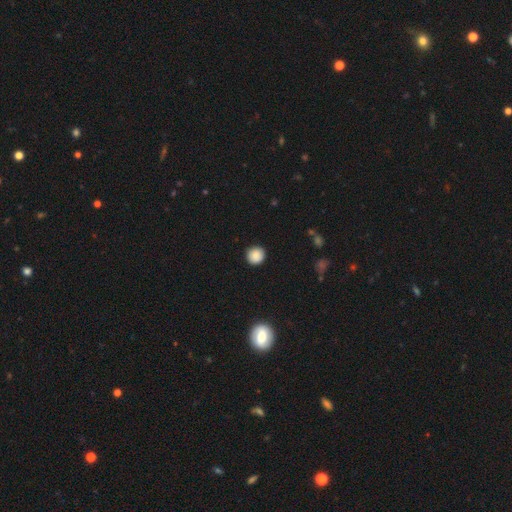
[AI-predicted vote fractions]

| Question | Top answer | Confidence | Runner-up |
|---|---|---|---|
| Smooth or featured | smooth | 87% | star or artifact (9%) |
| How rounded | round | 93% | in between (6%) |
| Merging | none | 90% | minor disturbance (7%) |